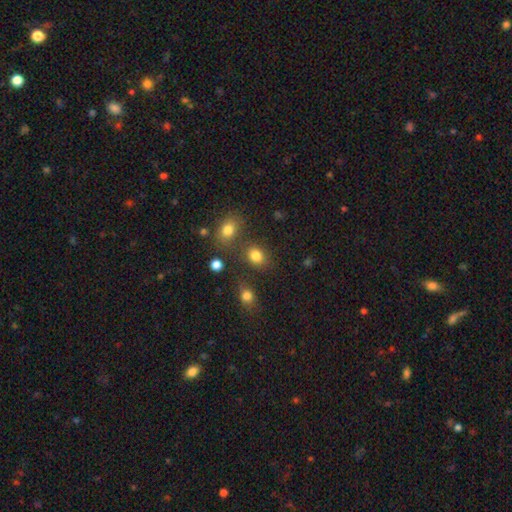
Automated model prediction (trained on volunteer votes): Overall: smooth (82%). How rounded: round (51%; in between 48%). Merging: none (73%).